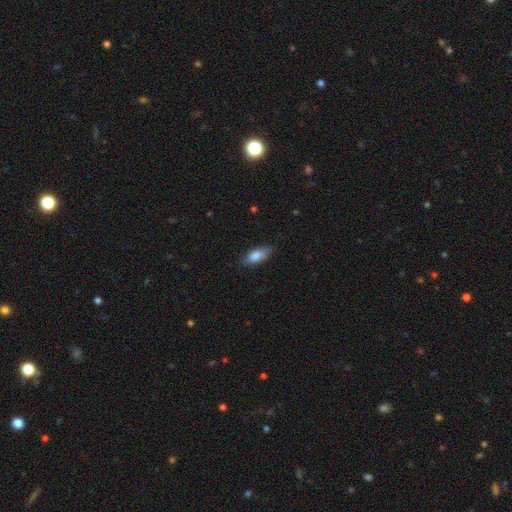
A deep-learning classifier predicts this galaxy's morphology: smooth 80%, featured or disk 13%, star or artifact 7%. Down the decision tree: how rounded — in between (74%); merging — none (76%).